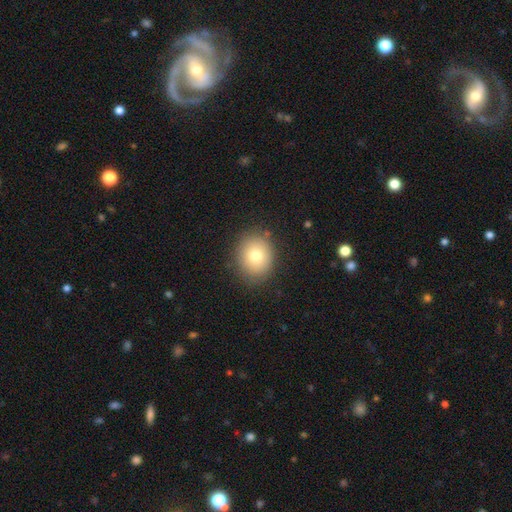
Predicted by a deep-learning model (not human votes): Smooth or featured? Predicted: smooth (p=0.77). How rounded? Predicted: round (p=0.69). Merging? Predicted: none (p=0.85).